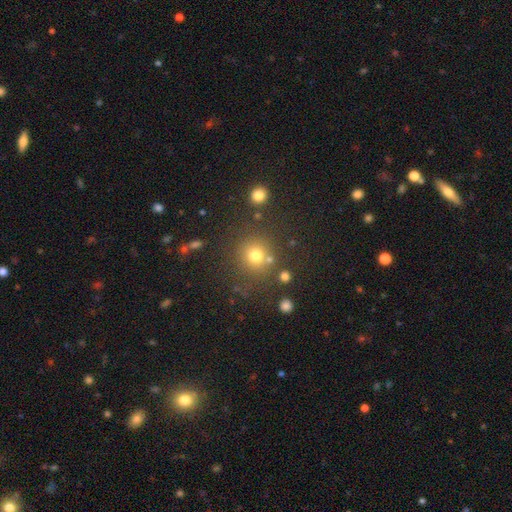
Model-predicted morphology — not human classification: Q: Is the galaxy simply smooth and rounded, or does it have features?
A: smooth — 75%.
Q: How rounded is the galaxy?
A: round — 91%.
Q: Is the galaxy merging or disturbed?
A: none — 79%.